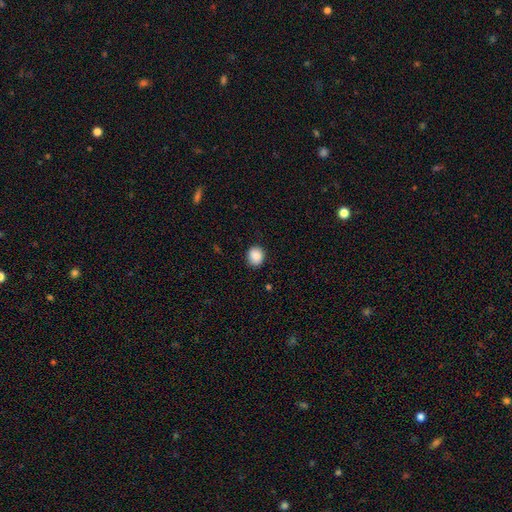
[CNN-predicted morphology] Smooth or featured? smooth (89%)
How rounded? round (74%)
Merging? none (87%)